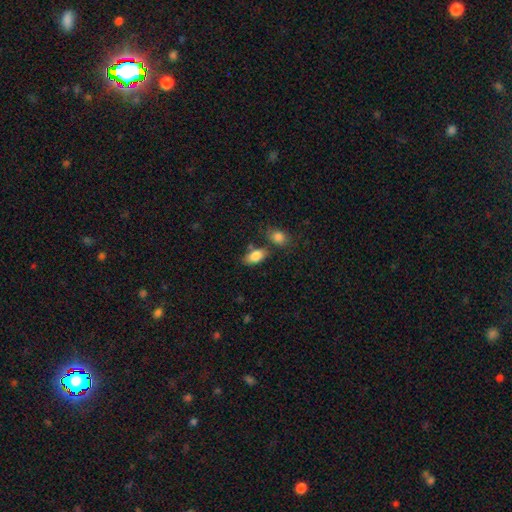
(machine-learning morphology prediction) smooth-or-featured: smooth: 86% | star or artifact: 7% | featured or disk: 7%
  how-rounded: in between: 91% | round: 6% | cigar-shaped: 4%
  merging: none: 64% | merger: 16% | minor disturbance: 15% | major disturbance: 5%